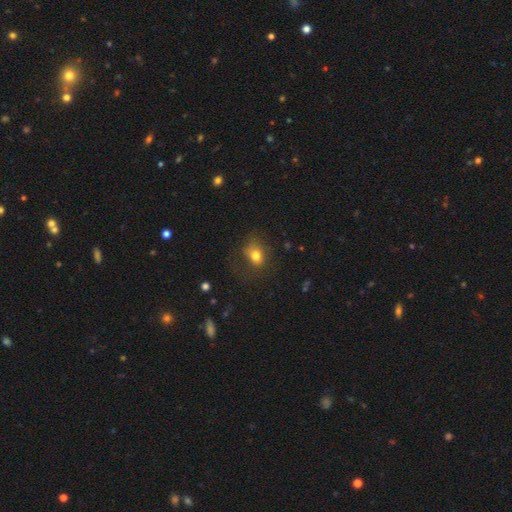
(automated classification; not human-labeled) Smooth or featured?
  - smooth: 76% *
  - featured or disk: 12%
  - star or artifact: 12%
How rounded?
  - in between: 51% *
  - round: 47%
  - cigar-shaped: 1%
Merging?
  - none: 59% *
  - minor disturbance: 21%
  - major disturbance: 18%
  - merger: 2%